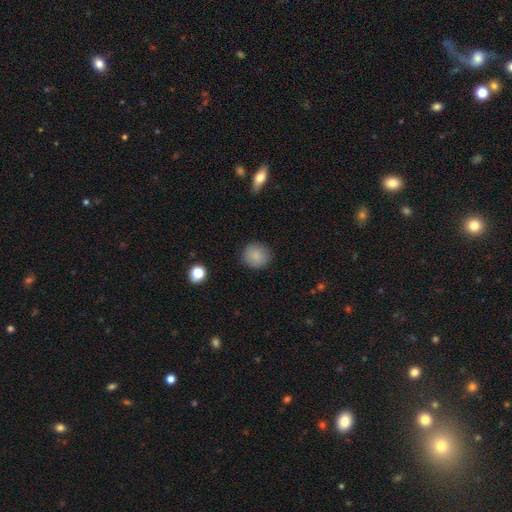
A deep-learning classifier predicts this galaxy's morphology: A smooth galaxy with no disk features (86%) that is round (90%).

Vote fractions:
- Smooth or featured? smooth: 86% / star or artifact: 8% / featured or disk: 5%
- How rounded? round: 90% / in between: 9% / cigar-shaped: 1%
- Merging? none: 87% / minor disturbance: 9% / major disturbance: 3% / merger: 1%